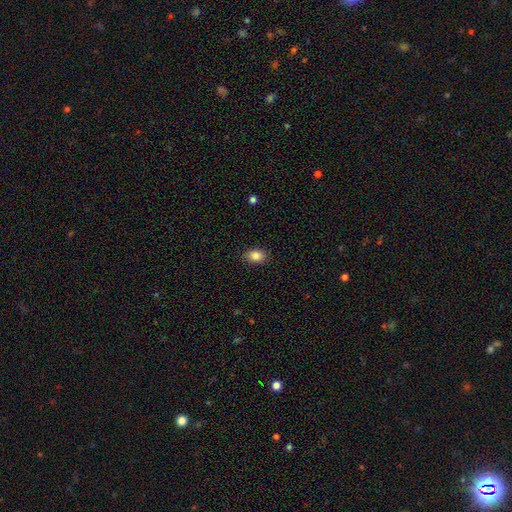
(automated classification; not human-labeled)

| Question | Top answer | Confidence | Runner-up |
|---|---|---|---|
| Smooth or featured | smooth | 87% | star or artifact (9%) |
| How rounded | in between | 75% | round (24%) |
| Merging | none | 87% | minor disturbance (9%) |